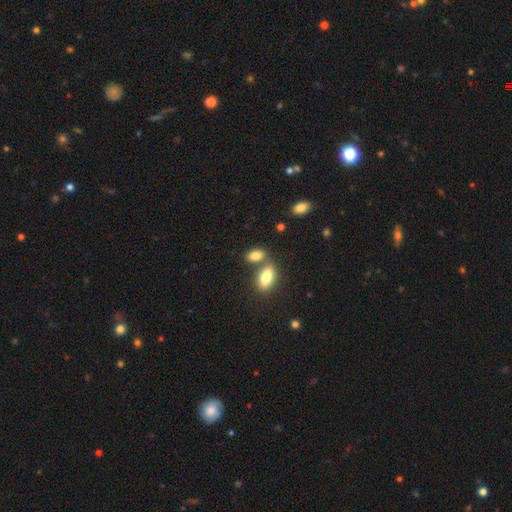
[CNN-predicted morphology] smooth 83%, featured or disk 9%, star or artifact 8%. Down the decision tree: how rounded — in between (84%); merging — none (56%).